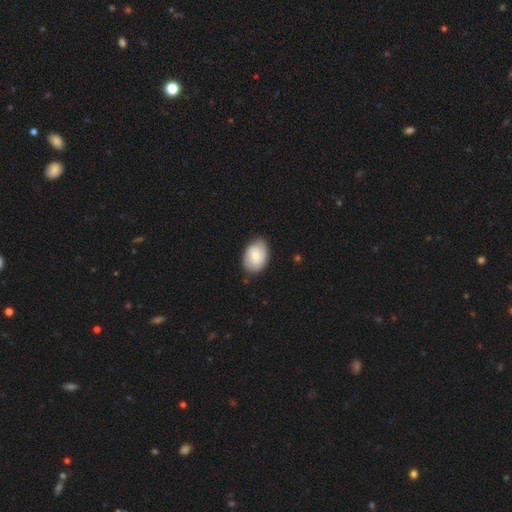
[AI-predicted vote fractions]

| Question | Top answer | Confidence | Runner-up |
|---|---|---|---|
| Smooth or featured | smooth | 74% | featured or disk (20%) |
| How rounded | in between | 80% | round (19%) |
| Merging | none | 77% | minor disturbance (19%) |